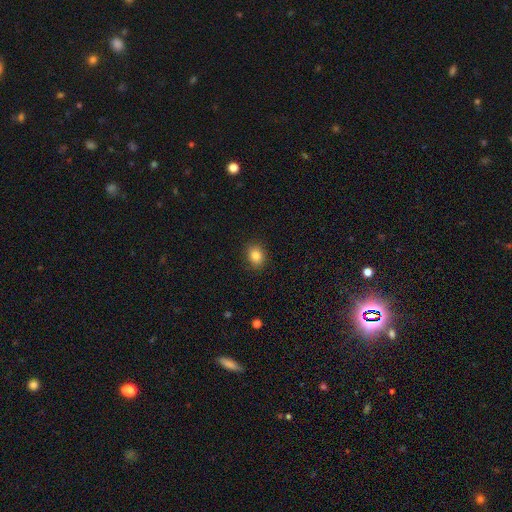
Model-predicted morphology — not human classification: Smooth or featured?
  - smooth: 83% *
  - star or artifact: 10%
  - featured or disk: 6%
How rounded?
  - round: 54% *
  - in between: 45%
  - cigar-shaped: 1%
Merging?
  - none: 89% *
  - minor disturbance: 8%
  - major disturbance: 2%
  - merger: 1%